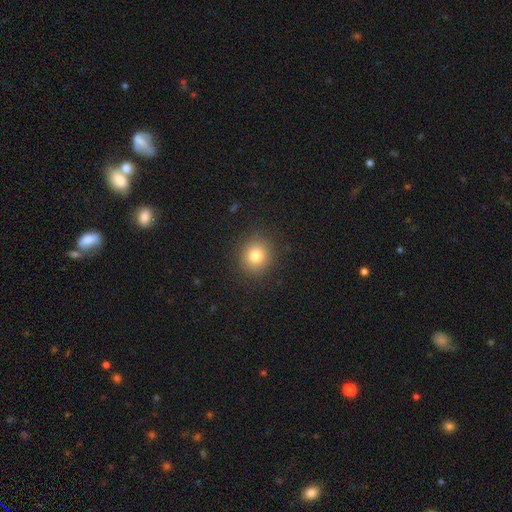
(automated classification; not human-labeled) Q: Smooth or featured?
A: smooth (80%); runner-up: star or artifact (12%)
Q: How rounded?
A: round (85%); runner-up: in between (14%)
Q: Merging?
A: none (89%); runner-up: minor disturbance (7%)